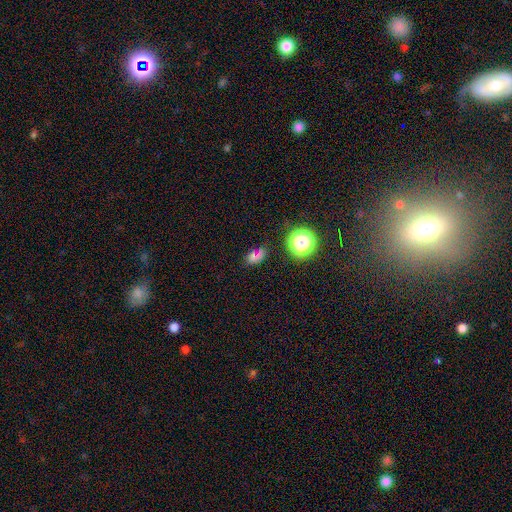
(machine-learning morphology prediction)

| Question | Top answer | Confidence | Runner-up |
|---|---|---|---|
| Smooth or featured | smooth | 60% | star or artifact (29%) |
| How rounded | in between | 67% | round (29%) |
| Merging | none | 59% | minor disturbance (18%) |